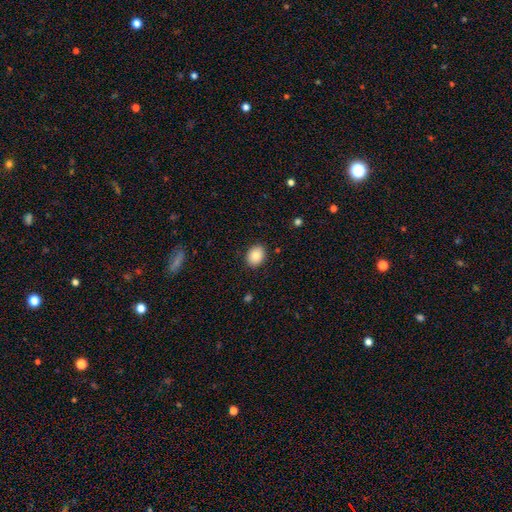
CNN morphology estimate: This is clearly a smooth galaxy (85%). How rounded: possibly in between (60%). Merging: clearly none (89%).